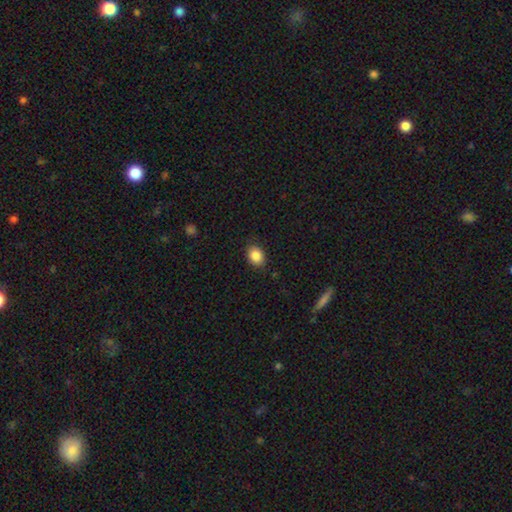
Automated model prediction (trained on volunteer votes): Smooth or featured: smooth — 86% (star or artifact — 9%)
How rounded: in between — 64% (round — 35%)
Merging: none — 85% (minor disturbance — 11%)